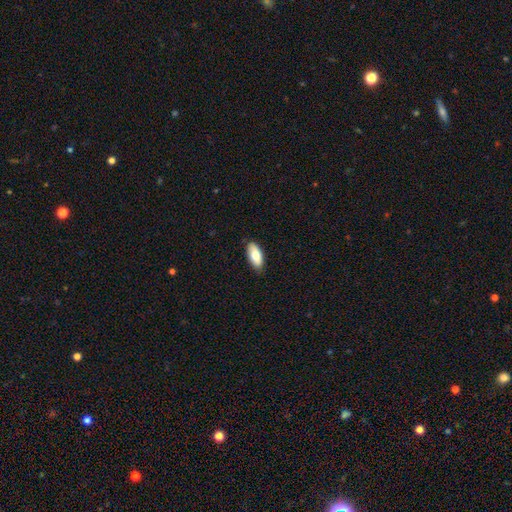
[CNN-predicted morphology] A smooth galaxy with no disk features (79%) that is in between round and cigar-shaped (88%). Merging: none (85%).